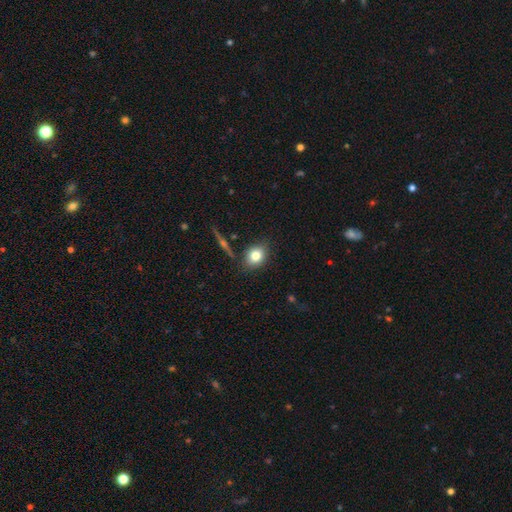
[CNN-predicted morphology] A smooth galaxy with no disk features (76%) that is round (55%).

Vote fractions:
- Smooth or featured? smooth: 76% / featured or disk: 14% / star or artifact: 10%
- How rounded? round: 55% / in between: 43% / cigar-shaped: 2%
- Merging? none: 81% / minor disturbance: 12% / merger: 4% / major disturbance: 3%